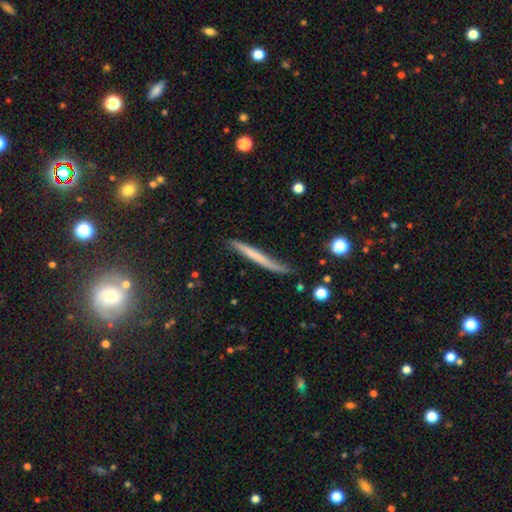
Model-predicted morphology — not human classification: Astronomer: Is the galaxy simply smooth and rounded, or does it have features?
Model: smooth — 57% (runner-up: featured or disk, 36%).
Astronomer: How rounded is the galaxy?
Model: cigar-shaped — 96%.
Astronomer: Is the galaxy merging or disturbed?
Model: none — 75%.